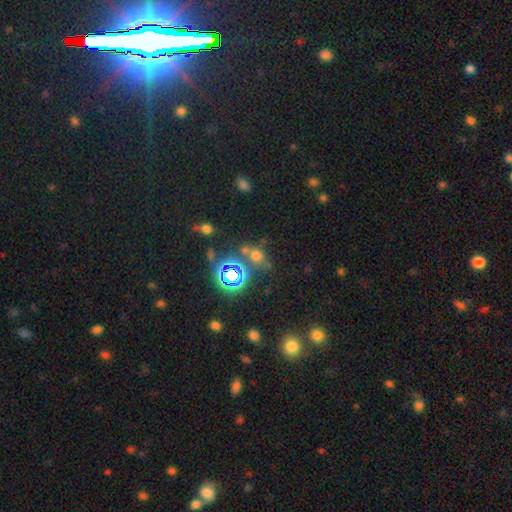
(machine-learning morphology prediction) smooth 45%, star or artifact 43%, featured or disk 12%. Down the decision tree: merging — none (57%).